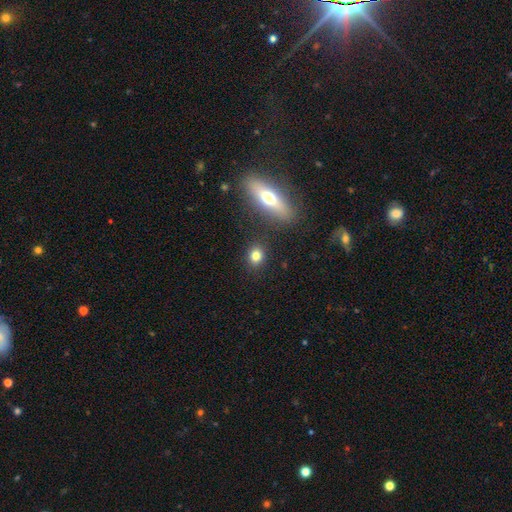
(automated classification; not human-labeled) smooth_or_featured: smooth (p=0.80) [alt: star or artifact p=0.11]
how_rounded: round (p=0.58) [alt: in between p=0.39]
merging: none (p=0.85) [alt: minor disturbance p=0.08]